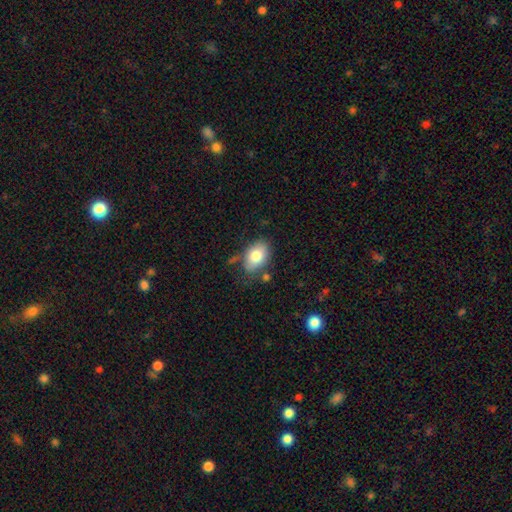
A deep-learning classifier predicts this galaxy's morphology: Smooth or featured: smooth — 78% (featured or disk — 15%)
How rounded: in between — 87% (round — 12%)
Merging: none — 67% (minor disturbance — 21%)